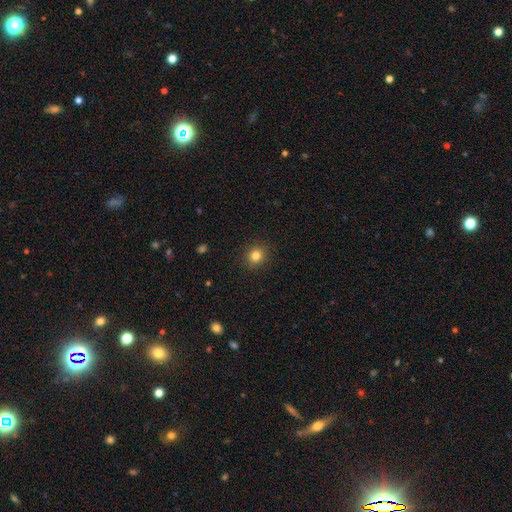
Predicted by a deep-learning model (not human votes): Q: Smooth or featured?
A: smooth (82%); runner-up: star or artifact (12%)
Q: How rounded?
A: round (84%); runner-up: in between (15%)
Q: Merging?
A: none (90%); runner-up: minor disturbance (7%)